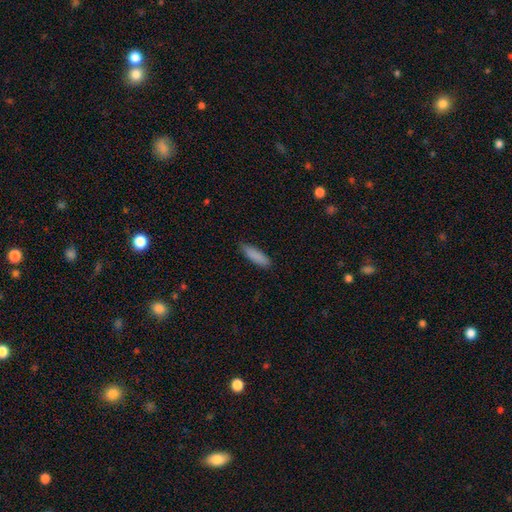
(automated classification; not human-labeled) A smooth galaxy with no disk features (87%) that is cigar-shaped (60%). Merging: none (82%).